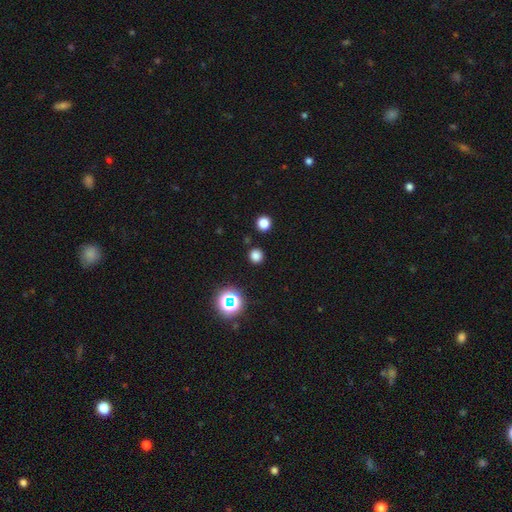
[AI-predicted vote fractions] This is likely a smooth galaxy (75%). How rounded: clearly round (92%). Merging: clearly none (89%).